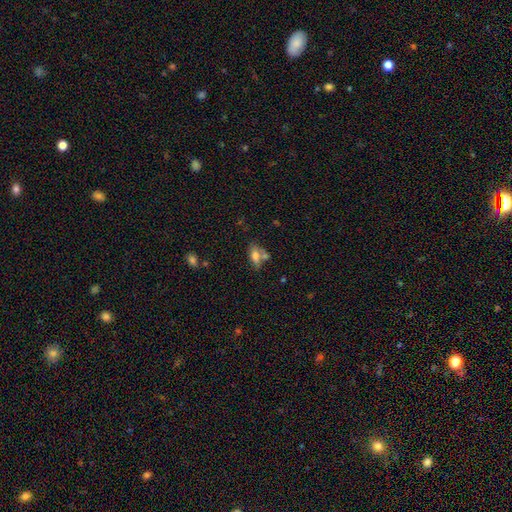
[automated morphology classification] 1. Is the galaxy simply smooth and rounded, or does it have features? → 67% smooth, 23% featured or disk, 10% star or artifact.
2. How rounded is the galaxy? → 81% in between, 13% cigar-shaped, 6% round.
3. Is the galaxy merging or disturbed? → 45% none, 32% merger, 16% minor disturbance, 7% major disturbance.